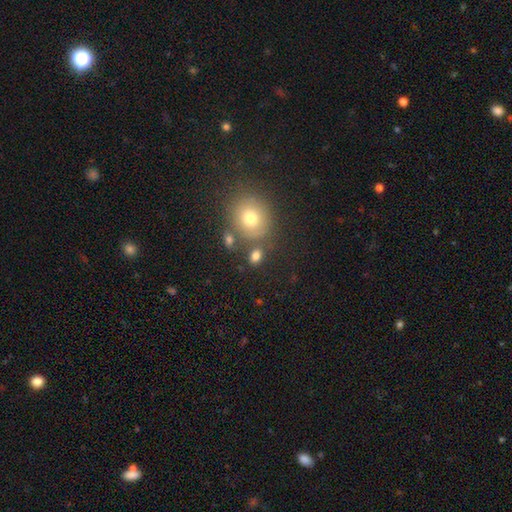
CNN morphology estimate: Q: Smooth or featured?
A: smooth (79%); runner-up: star or artifact (13%)
Q: How rounded?
A: in between (56%); runner-up: round (42%)
Q: Merging?
A: none (69%); runner-up: merger (13%)